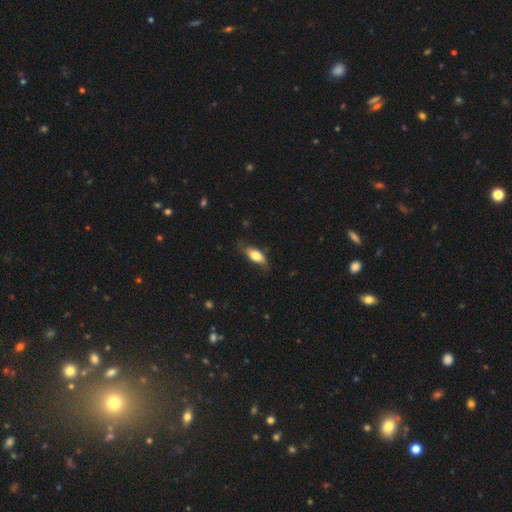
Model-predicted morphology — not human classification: type=smooth (72%); roundness=in between (80%); merging=none (67%).